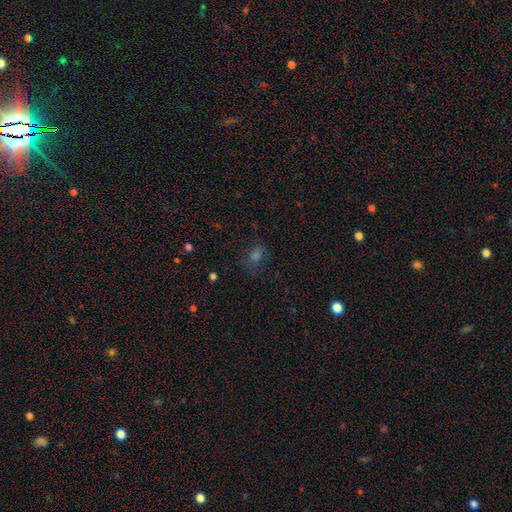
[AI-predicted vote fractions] Overall: smooth (55%; star or artifact 32%). How rounded: in between (65%; round 32%). Merging: none (67%).